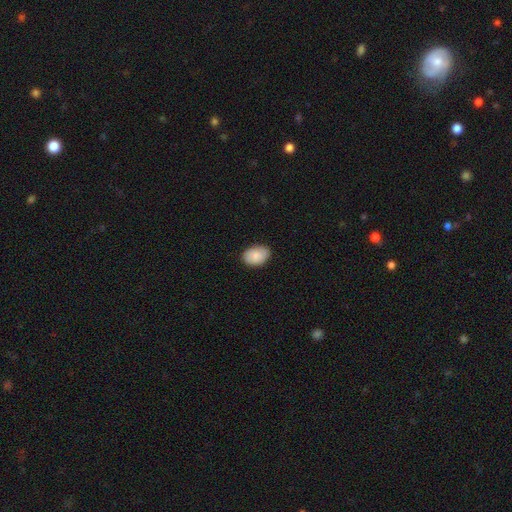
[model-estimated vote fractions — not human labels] This appears to be a smooth galaxy with no disk features (86%) that is in between round and cigar-shaped (81%). Merging: none (85%).